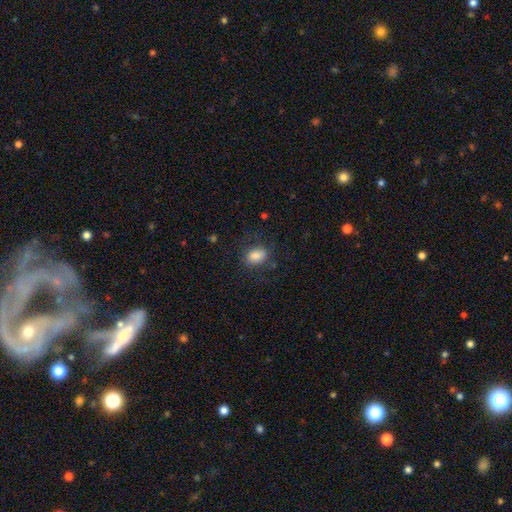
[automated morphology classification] type=smooth (81%); roundness=in between (75%); merging=none (72%).